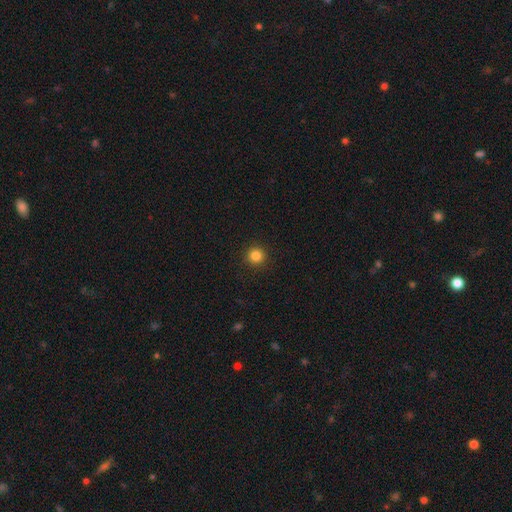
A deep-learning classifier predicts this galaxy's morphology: Smooth or featured?
  - smooth: 84% *
  - star or artifact: 12%
  - featured or disk: 4%
How rounded?
  - round: 95% *
  - in between: 4%
  - cigar-shaped: 1%
Merging?
  - none: 92% *
  - minor disturbance: 5%
  - major disturbance: 2%
  - merger: 1%